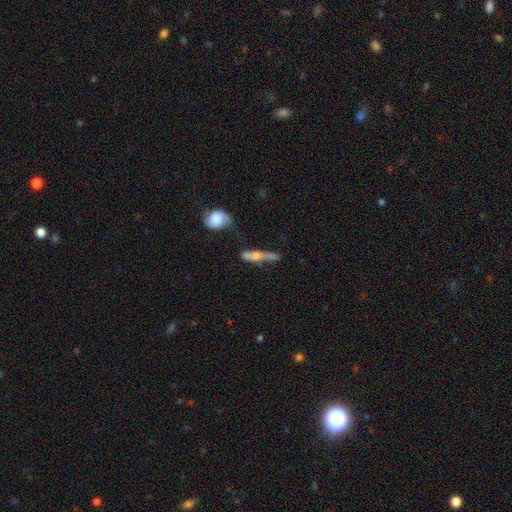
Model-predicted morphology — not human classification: Smooth or featured? Predicted: featured or disk (p=0.57). Edge-on disk? Predicted: yes (p=0.78). Merging? Predicted: none (p=0.53).